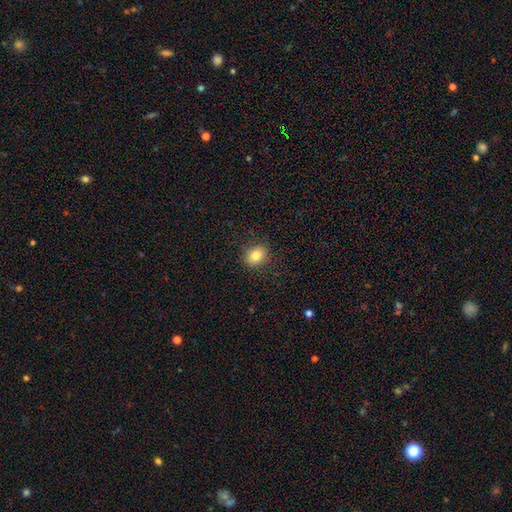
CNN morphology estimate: Smooth or featured?
  - smooth: 81% *
  - star or artifact: 11%
  - featured or disk: 8%
How rounded?
  - round: 57% *
  - in between: 42%
  - cigar-shaped: 1%
Merging?
  - none: 88% *
  - minor disturbance: 9%
  - major disturbance: 3%
  - merger: 1%